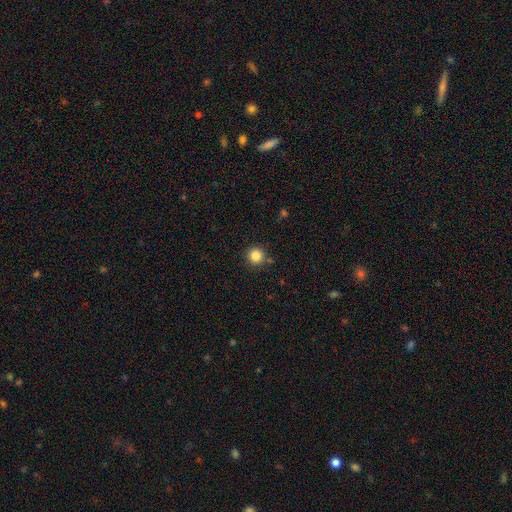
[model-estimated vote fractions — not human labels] Smooth or featured?
  - smooth: 85% *
  - star or artifact: 11%
  - featured or disk: 4%
How rounded?
  - round: 95% *
  - in between: 4%
  - cigar-shaped: 1%
Merging?
  - none: 86% *
  - minor disturbance: 8%
  - merger: 3%
  - major disturbance: 2%